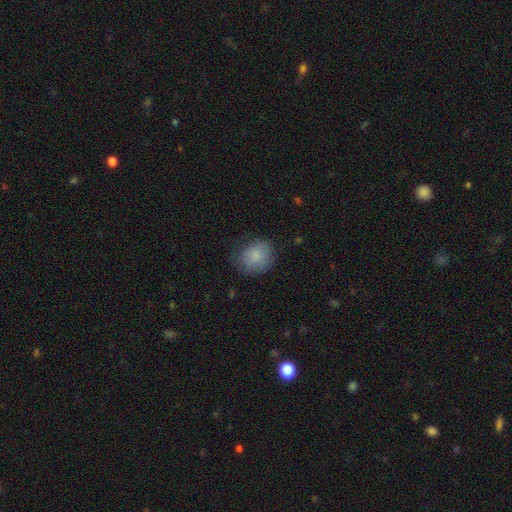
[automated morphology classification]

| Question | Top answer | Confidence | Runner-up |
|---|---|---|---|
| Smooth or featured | smooth | 84% | featured or disk (9%) |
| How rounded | round | 56% | in between (43%) |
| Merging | none | 65% | minor disturbance (26%) |